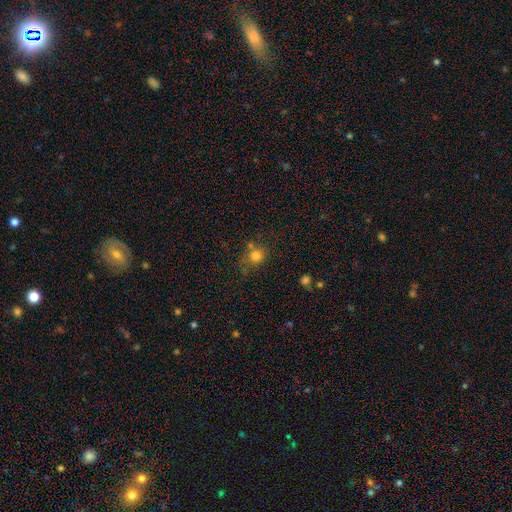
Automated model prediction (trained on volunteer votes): Q: Smooth or featured?
A: smooth (77%); runner-up: star or artifact (14%)
Q: How rounded?
A: round (81%); runner-up: in between (18%)
Q: Merging?
A: none (61%); runner-up: minor disturbance (17%)